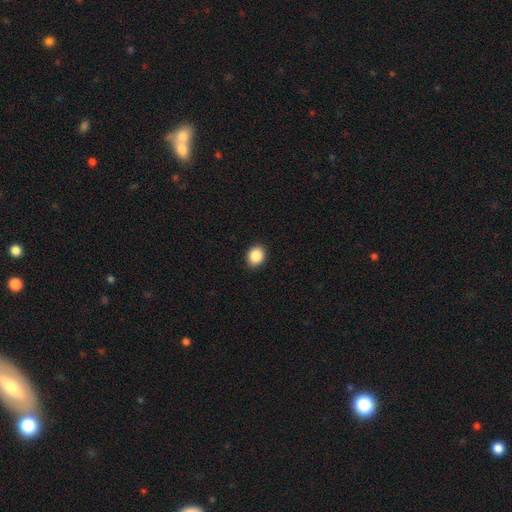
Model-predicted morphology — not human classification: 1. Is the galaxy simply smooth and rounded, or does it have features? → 88% smooth, 8% star or artifact, 4% featured or disk.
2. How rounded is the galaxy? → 52% round, 47% in between, 1% cigar-shaped.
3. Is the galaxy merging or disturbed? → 90% none, 8% minor disturbance, 2% major disturbance, 1% merger.